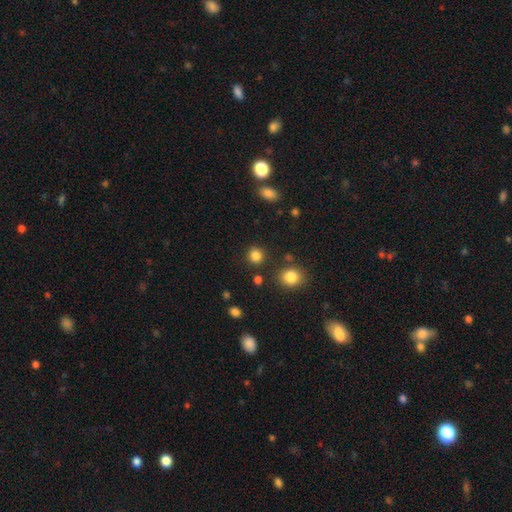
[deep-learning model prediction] Q: Smooth or featured?
A: smooth (84%); runner-up: star or artifact (12%)
Q: How rounded?
A: round (89%); runner-up: in between (10%)
Q: Merging?
A: none (87%); runner-up: minor disturbance (7%)